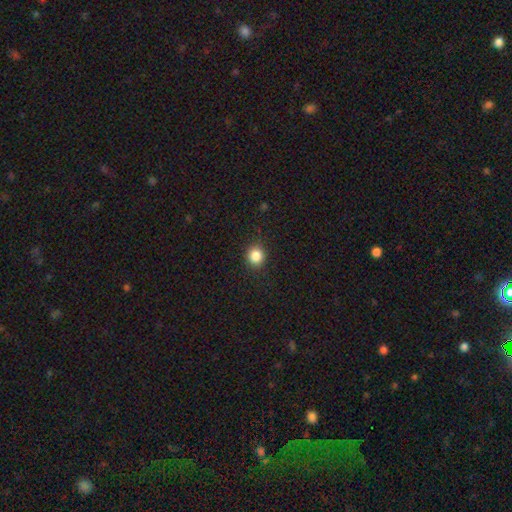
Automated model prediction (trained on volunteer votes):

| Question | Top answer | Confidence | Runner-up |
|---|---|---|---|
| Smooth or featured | smooth | 85% | star or artifact (11%) |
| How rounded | round | 86% | in between (13%) |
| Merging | none | 89% | minor disturbance (7%) |